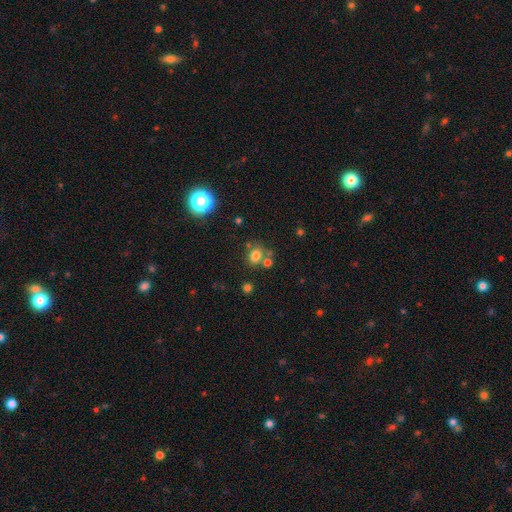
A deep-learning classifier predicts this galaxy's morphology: Smooth or featured?
  - smooth: 75% *
  - star or artifact: 16%
  - featured or disk: 9%
How rounded?
  - round: 62% *
  - in between: 37%
  - cigar-shaped: 1%
Merging?
  - none: 61% *
  - merger: 22%
  - minor disturbance: 12%
  - major disturbance: 5%